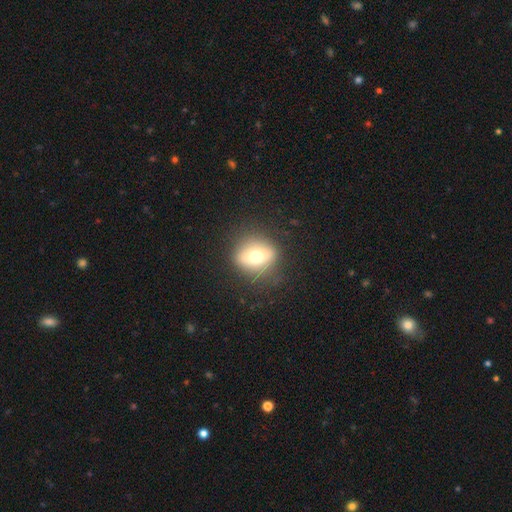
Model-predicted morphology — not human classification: Smooth or featured? smooth (65%)
How rounded? round (66%)
Merging? none (79%)